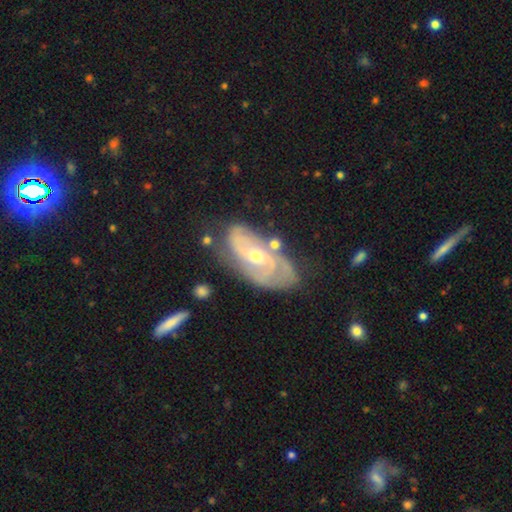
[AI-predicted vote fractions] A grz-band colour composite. It shows a featured or disk galaxy (84%) with no bar (57%), 2 (50%) tight (54%) spiral arms (95%) and a small central bulge (50%). Merging: none (63%).